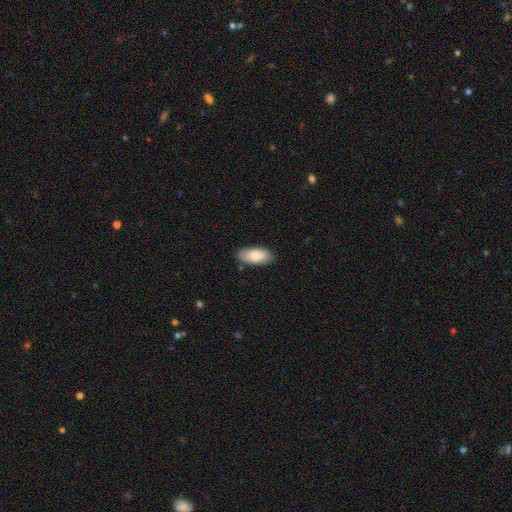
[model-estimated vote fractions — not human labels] smooth-or-featured: smooth: 81% | featured or disk: 13% | star or artifact: 6%
  how-rounded: in between: 91% | cigar-shaped: 7% | round: 2%
  merging: none: 86% | minor disturbance: 11% | major disturbance: 2% | merger: 1%